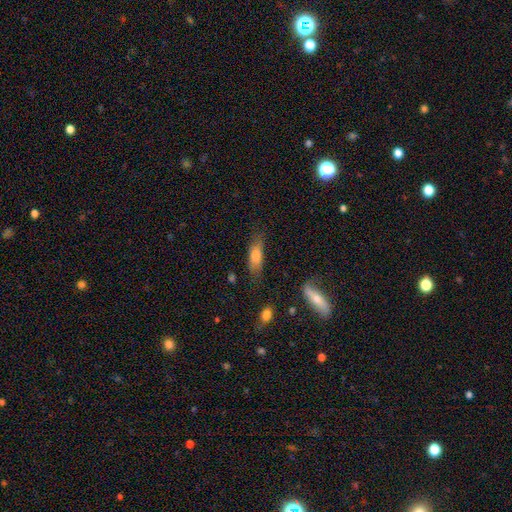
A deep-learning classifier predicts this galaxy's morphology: A smooth galaxy with no disk features (67%) that is in between round and cigar-shaped (49%). Merging: none (70%).